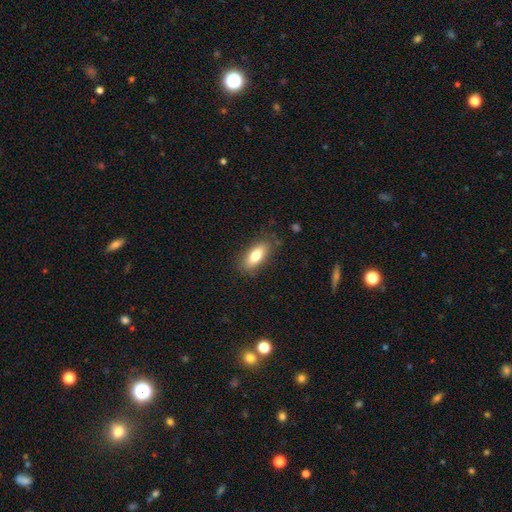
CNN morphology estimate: The model was most divided on "smooth or featured": smooth: 78%, featured or disk: 15%, star or artifact: 7%. More confident: merging — none (82%); how rounded — in between (80%).